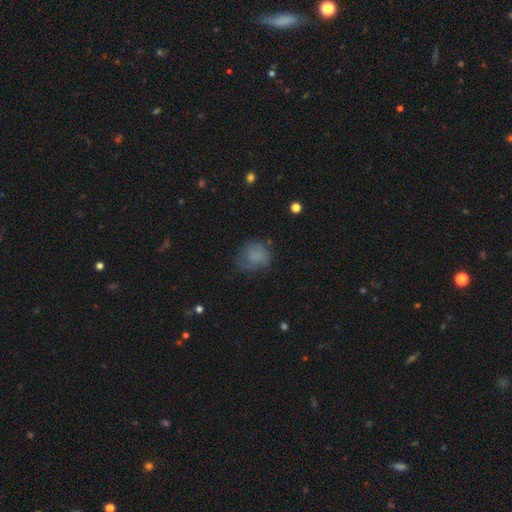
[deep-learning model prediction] Q: Smooth or featured?
A: smooth (72%); runner-up: featured or disk (16%)
Q: How rounded?
A: round (66%); runner-up: in between (33%)
Q: Merging?
A: none (52%); runner-up: minor disturbance (28%)